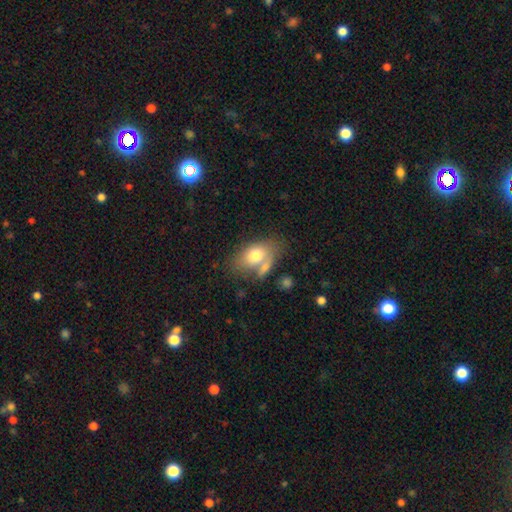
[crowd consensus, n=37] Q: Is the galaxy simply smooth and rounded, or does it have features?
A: smooth — 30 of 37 (81%).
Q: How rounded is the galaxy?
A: in between — 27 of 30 (90%).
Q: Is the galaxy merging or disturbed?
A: merger — 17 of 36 (47%).